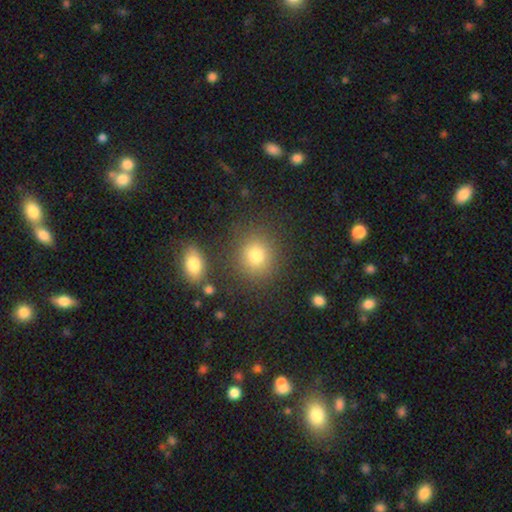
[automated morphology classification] Smooth or featured? smooth (79%)
How rounded? round (78%)
Merging? none (82%)